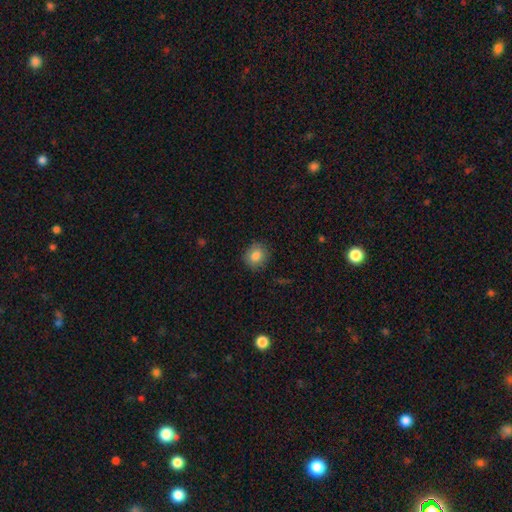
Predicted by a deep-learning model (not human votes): A smooth galaxy with no disk features (83%) that is round (77%).

Vote fractions:
- Smooth or featured? smooth: 83% / star or artifact: 9% / featured or disk: 7%
- How rounded? round: 77% / in between: 22% / cigar-shaped: 1%
- Merging? none: 86% / minor disturbance: 10% / major disturbance: 3% / merger: 1%